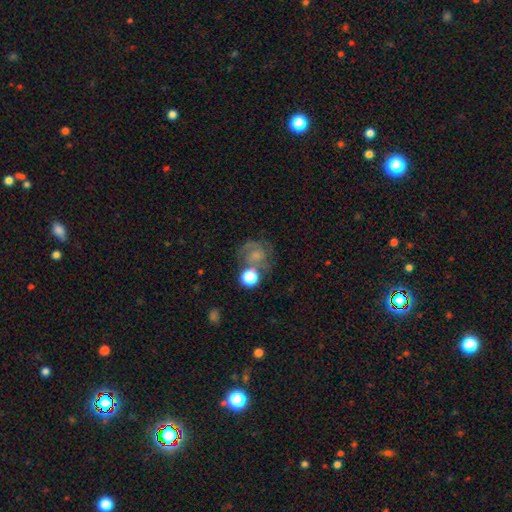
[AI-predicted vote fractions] The model was most divided on "smooth or featured": featured or disk: 47%, smooth: 40%, star or artifact: 14%. Remaining: merging — none (46%).